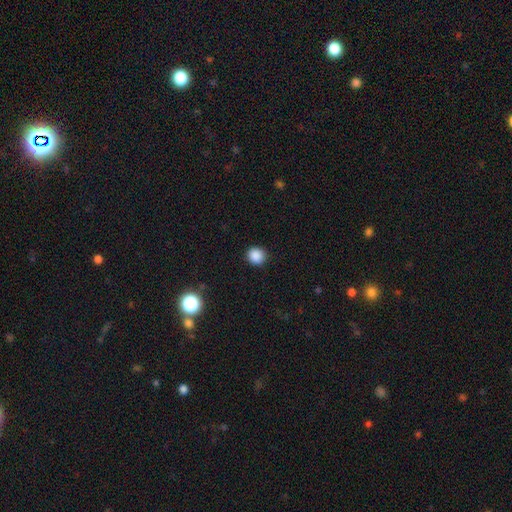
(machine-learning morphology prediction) Overall: smooth (87%). How rounded: round (88%). Merging: none (91%).